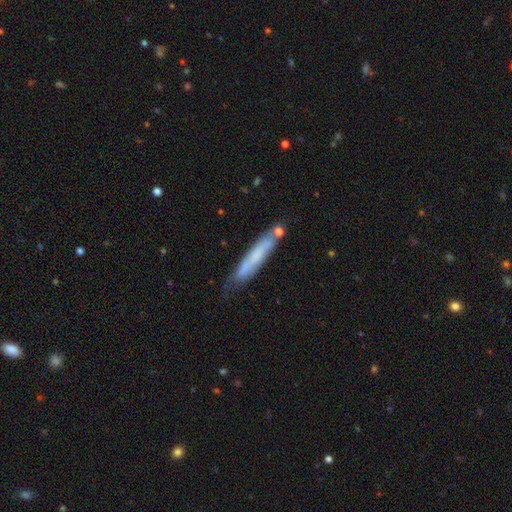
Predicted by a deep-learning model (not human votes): The model was most divided on "smooth or featured": smooth: 55%, featured or disk: 38%, star or artifact: 7%. More confident: how rounded — cigar-shaped (91%); merging — none (66%).